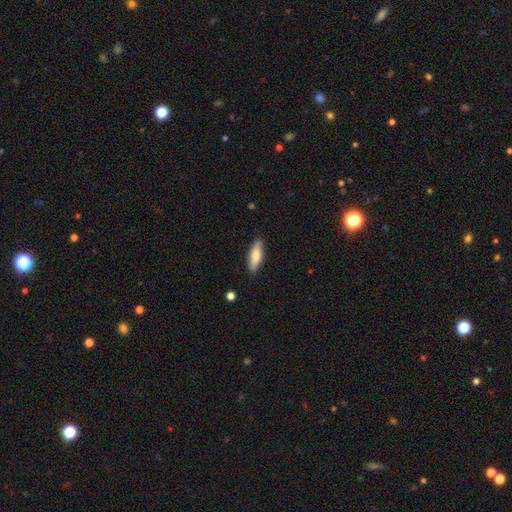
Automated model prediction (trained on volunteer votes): Overall: smooth (72%). How rounded: cigar-shaped (50%; in between 48%). Merging: none (87%).